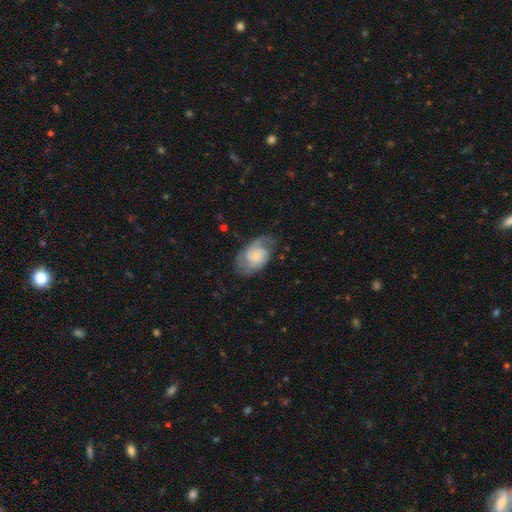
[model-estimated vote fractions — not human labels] Smooth or featured: featured or disk — 67% (smooth — 26%)
Edge-on disk: no — 97% (yes — 3%)
Bar: no — 68% (weak — 28%)
Spiral arms: yes — 90% (no — 10%)
Spiral winding: medium — 45% (tight — 36%)
Spiral arm count: 2 — 68% (can't tell — 16%)
Bulge size: small — 58% (moderate — 22%)
Merging: none — 64% (minor disturbance — 22%)